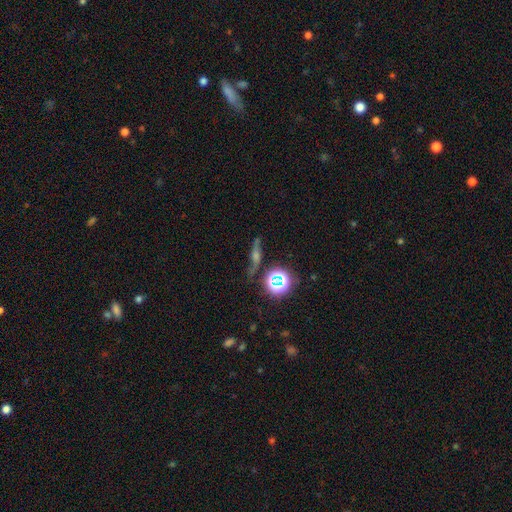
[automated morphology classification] A featured or disk galaxy (49%).

Vote fractions:
- Smooth or featured? featured or disk: 49% / star or artifact: 30% / smooth: 22%
- Merging? none: 70% / minor disturbance: 17% / major disturbance: 9% / merger: 5%